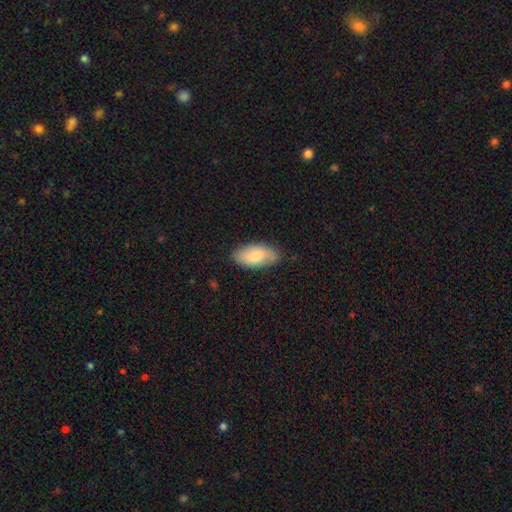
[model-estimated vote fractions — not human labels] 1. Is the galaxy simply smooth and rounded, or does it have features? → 66% smooth, 28% featured or disk, 6% star or artifact.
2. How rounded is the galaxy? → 93% in between, 4% cigar-shaped, 3% round.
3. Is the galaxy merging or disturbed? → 82% none, 14% minor disturbance, 3% major disturbance, 1% merger.